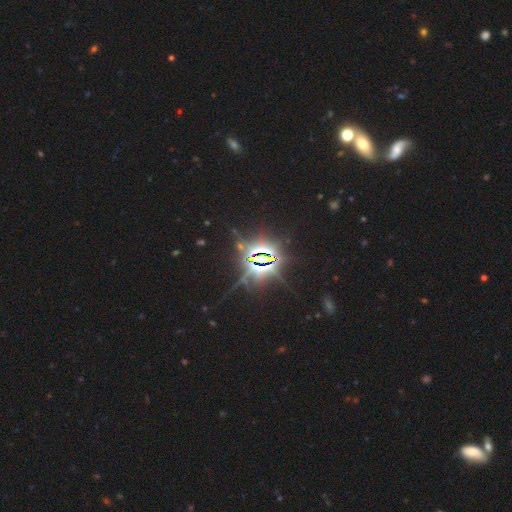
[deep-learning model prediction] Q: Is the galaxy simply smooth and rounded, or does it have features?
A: star or artifact — 85%.